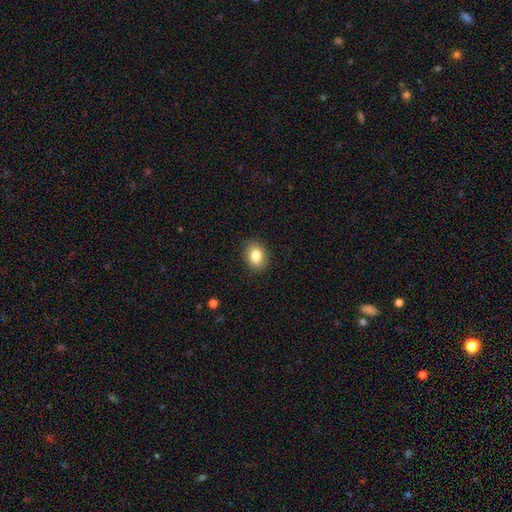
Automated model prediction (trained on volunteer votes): A smooth galaxy with no disk features (82%) that is in between round and cigar-shaped (59%).

Vote fractions:
- Smooth or featured? smooth: 82% / featured or disk: 9% / star or artifact: 9%
- How rounded? in between: 59% / round: 40% / cigar-shaped: 1%
- Merging? none: 88% / minor disturbance: 9% / major disturbance: 2% / merger: 1%